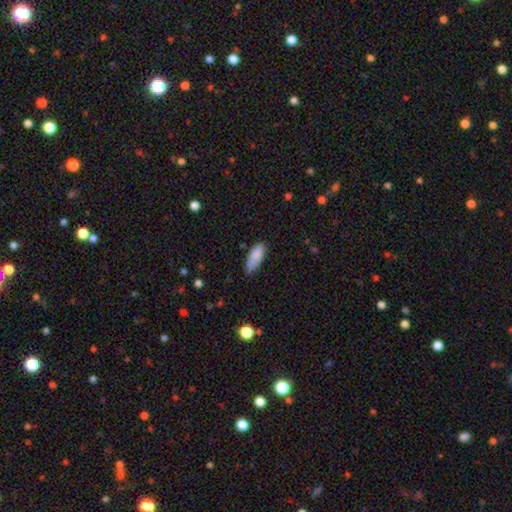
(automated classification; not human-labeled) Smooth or featured: smooth — 87% (featured or disk — 7%)
How rounded: in between — 76% (cigar-shaped — 22%)
Merging: none — 70% (minor disturbance — 25%)